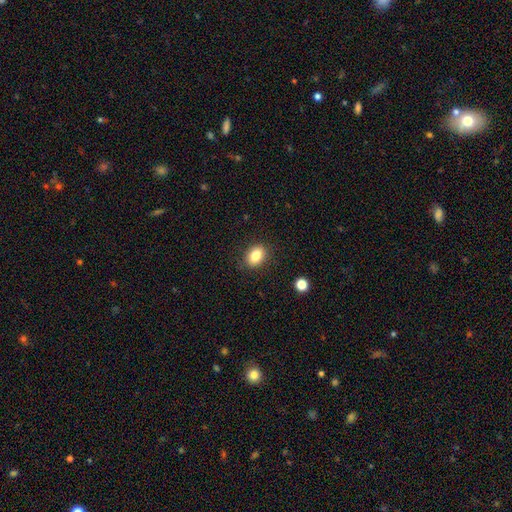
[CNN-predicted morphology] This is clearly a smooth galaxy (83%). How rounded: likely in between (70%). Merging: clearly none (87%).